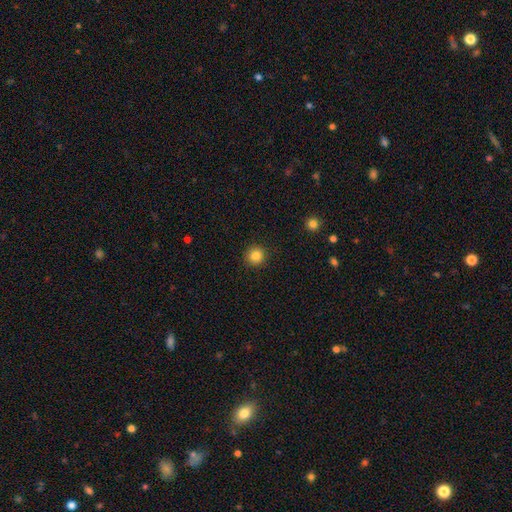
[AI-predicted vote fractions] This appears to be a smooth galaxy with no disk features (85%) that is round (94%). Merging: none (91%).